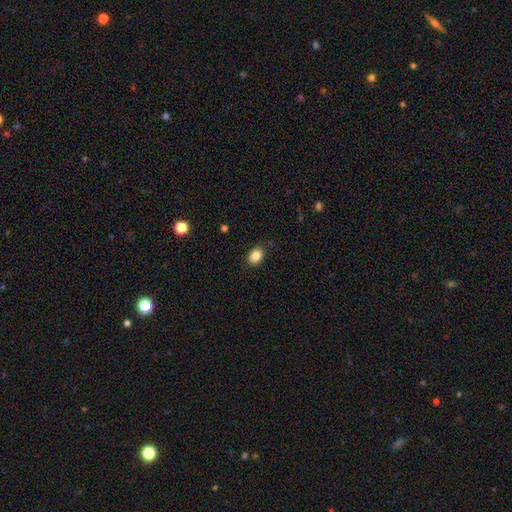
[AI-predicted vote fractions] Smooth or featured?
  - smooth: 85% *
  - star or artifact: 9%
  - featured or disk: 5%
How rounded?
  - in between: 65% *
  - round: 34%
  - cigar-shaped: 1%
Merging?
  - none: 86% *
  - minor disturbance: 11%
  - major disturbance: 2%
  - merger: 1%